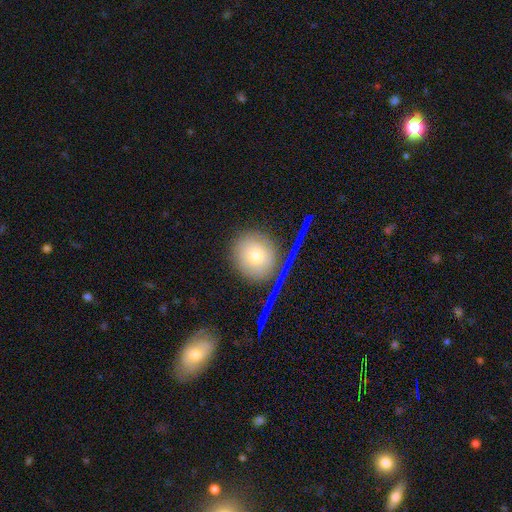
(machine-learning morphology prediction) A smooth galaxy with no disk features (71%) that is round (86%). Merging: none (76%).